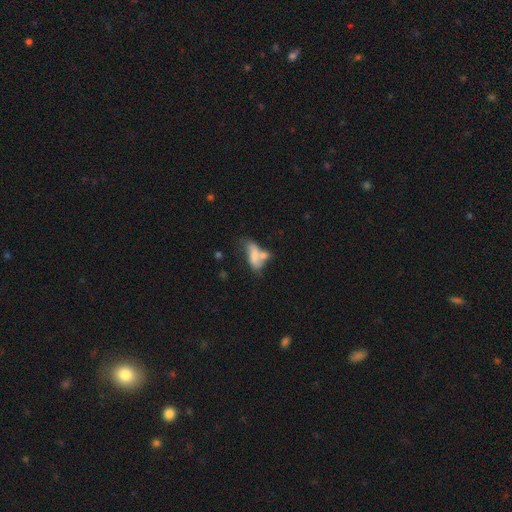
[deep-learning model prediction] Smooth or featured? Predicted: smooth (p=0.61). How rounded? Predicted: in between (p=0.78). Merging? Predicted: merger (p=0.49).